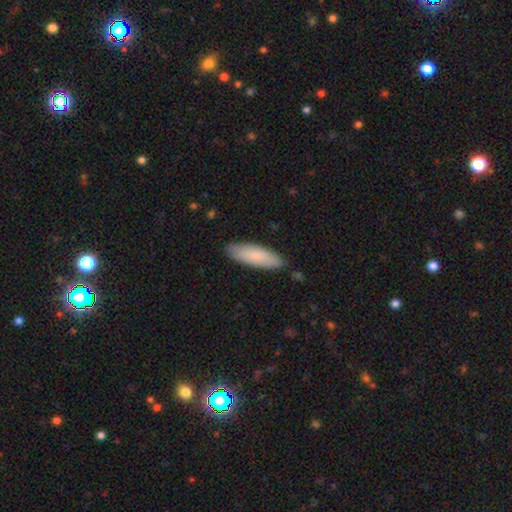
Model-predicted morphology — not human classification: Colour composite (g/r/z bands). It shows a smooth galaxy with no disk features (82%) that is in between round and cigar-shaped (50%). Merging: none (85%).